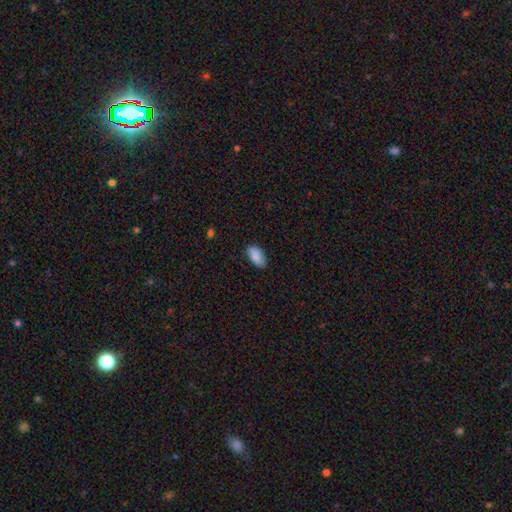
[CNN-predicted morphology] The model was most divided on "merging": none: 82%, minor disturbance: 15%, major disturbance: 3%, merger: 1%. More confident: how rounded — in between (94%); smooth or featured — smooth (88%).